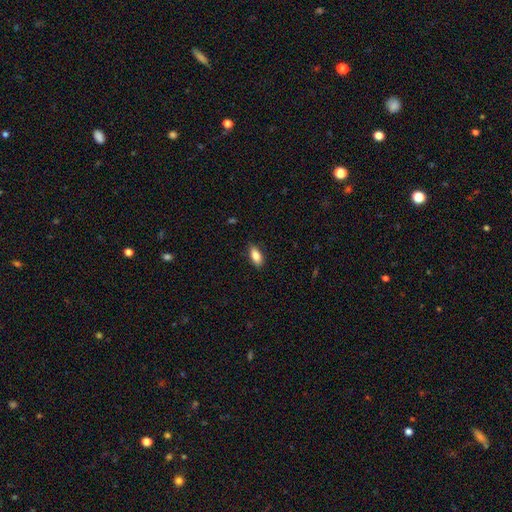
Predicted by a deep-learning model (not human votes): Smooth or featured? smooth (83%)
How rounded? in between (87%)
Merging? none (83%)